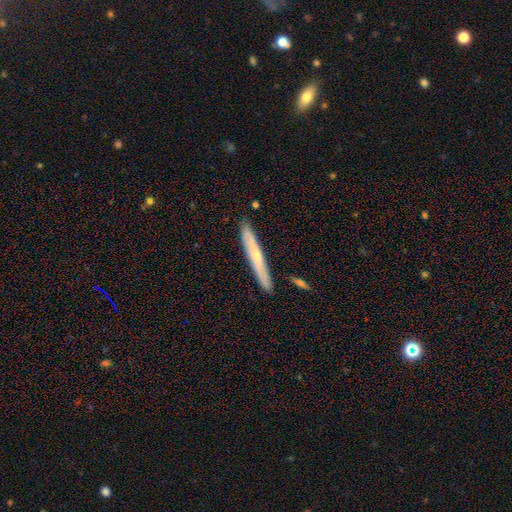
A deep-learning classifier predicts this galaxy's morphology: This is possibly a smooth galaxy (51%). How rounded: clearly cigar-shaped (95%). Merging: clearly none (86%).